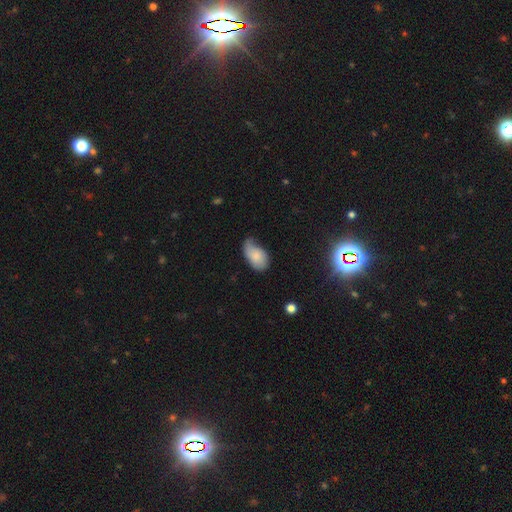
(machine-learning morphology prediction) smooth-or-featured: smooth: 76% | featured or disk: 17% | star or artifact: 7%
  how-rounded: in between: 93% | round: 6% | cigar-shaped: 2%
  merging: minor disturbance: 44% | none: 33% | major disturbance: 19% | merger: 4%